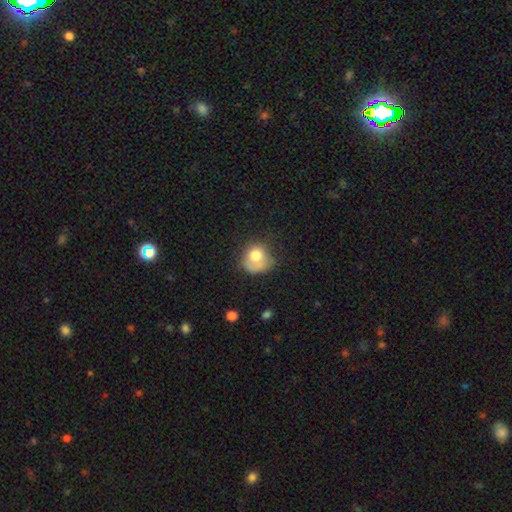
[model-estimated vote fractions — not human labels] Overall: smooth (71%). How rounded: round (73%). Merging: none (42%; minor disturbance 30%).